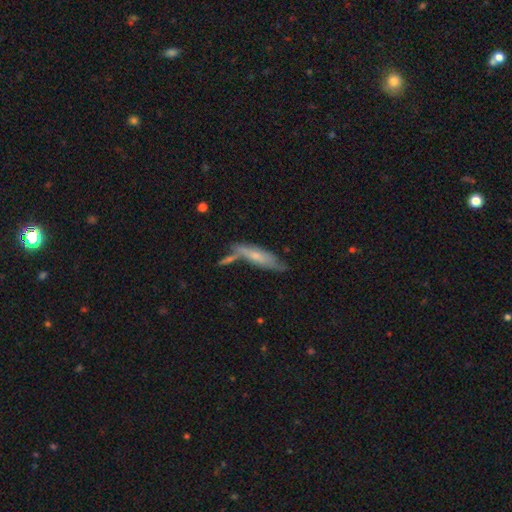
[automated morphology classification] A smooth galaxy with no disk features (54%) that is cigar-shaped (71%).

Vote fractions:
- Smooth or featured? smooth: 54% / featured or disk: 39% / star or artifact: 7%
- How rounded? cigar-shaped: 71% / in between: 27% / round: 2%
- Merging? none: 51% / minor disturbance: 22% / merger: 19% / major disturbance: 8%